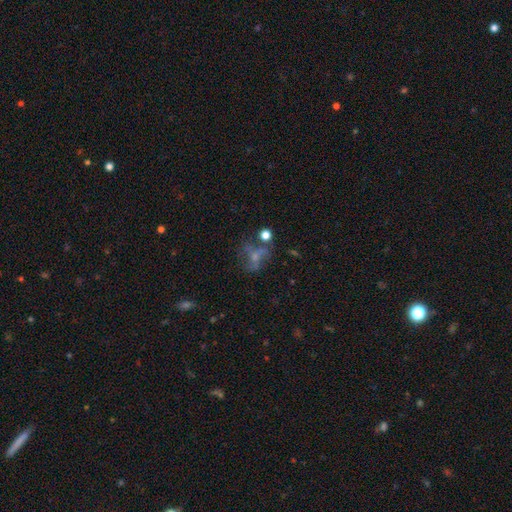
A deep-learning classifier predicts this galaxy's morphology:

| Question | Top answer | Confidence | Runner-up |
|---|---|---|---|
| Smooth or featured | smooth | 40% | featured or disk (37%) |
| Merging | none | 35% | major disturbance (30%) |